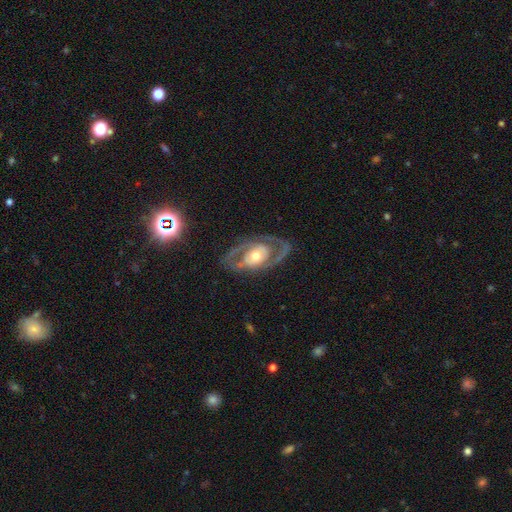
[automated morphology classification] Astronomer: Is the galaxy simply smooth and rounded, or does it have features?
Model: featured or disk — 86%.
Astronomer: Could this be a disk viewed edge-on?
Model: no — 95%.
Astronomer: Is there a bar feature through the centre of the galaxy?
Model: no — 66%.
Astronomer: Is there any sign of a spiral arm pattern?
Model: yes — 83%.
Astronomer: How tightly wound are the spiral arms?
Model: medium — 49% (runner-up: tight, 34%).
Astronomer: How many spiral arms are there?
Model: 2 — 85%.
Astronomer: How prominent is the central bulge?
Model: moderate — 71%.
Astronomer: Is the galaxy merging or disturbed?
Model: none — 77%.